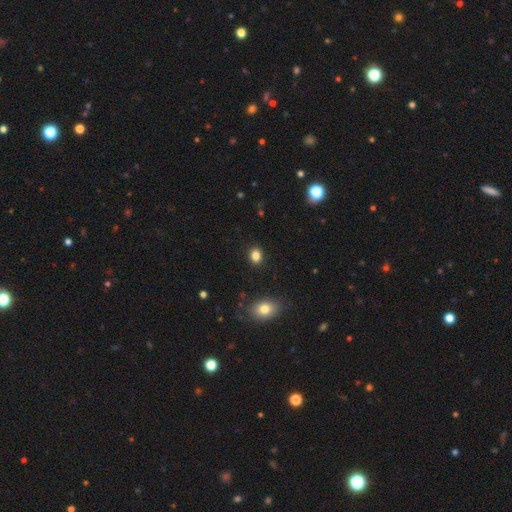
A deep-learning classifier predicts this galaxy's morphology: smooth 84%, star or artifact 11%, featured or disk 5%. Down the decision tree: how rounded — in between (50%); merging — none (89%).